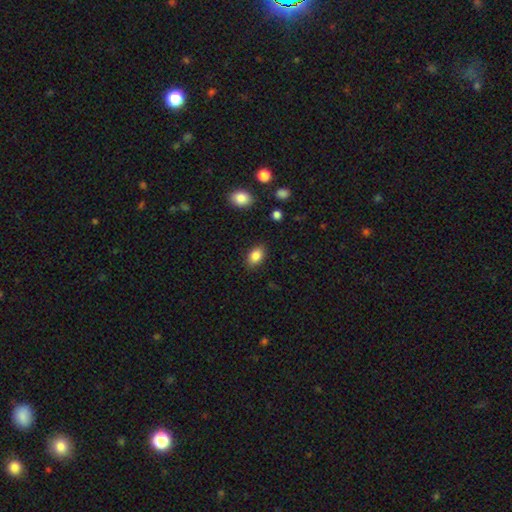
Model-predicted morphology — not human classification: The model was most divided on "how rounded": in between: 86%, round: 12%, cigar-shaped: 2%. More confident: merging — none (86%); smooth or featured — smooth (85%).